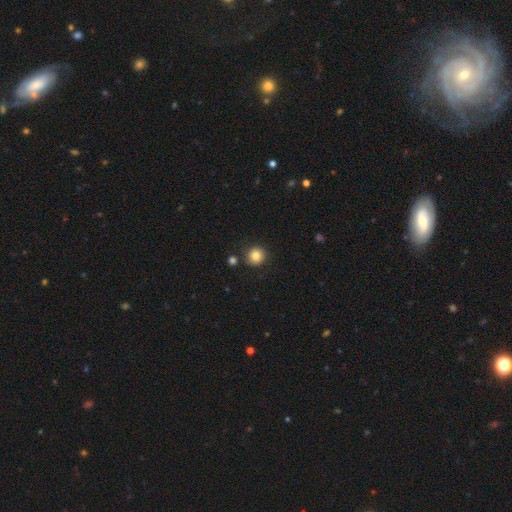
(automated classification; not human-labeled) Morphology: type=smooth (84%); roundness=round (91%); merging=none (84%).